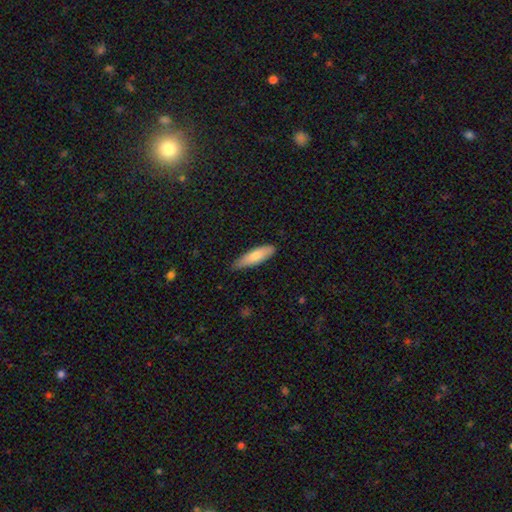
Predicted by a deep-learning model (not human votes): Smooth or featured? smooth (77%)
How rounded? cigar-shaped (54%)
Merging? none (76%)